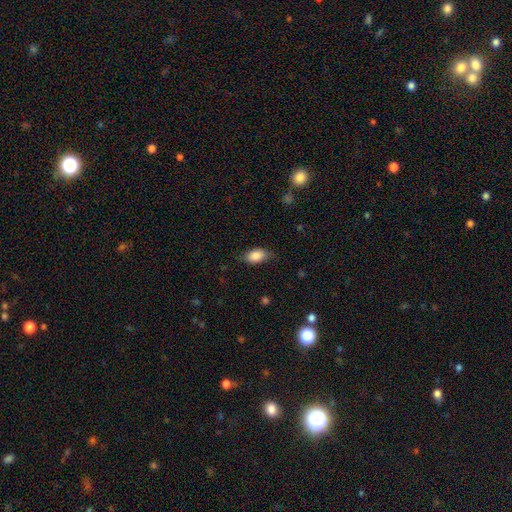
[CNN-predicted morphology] type=smooth (87%); roundness=in between (91%); merging=none (75%).